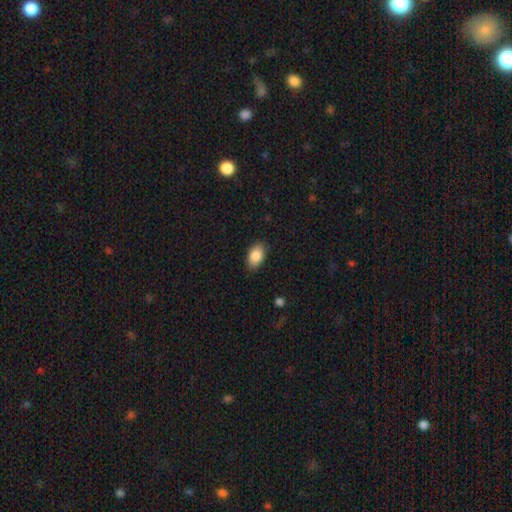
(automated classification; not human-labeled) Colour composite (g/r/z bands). It shows a smooth galaxy with no disk features (87%) that is in between round and cigar-shaped (90%). Merging: none (87%).